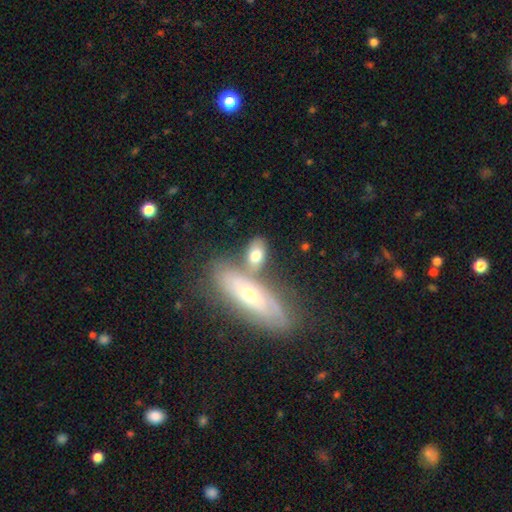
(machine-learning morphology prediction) The model was most divided on "merging": none: 45%, merger: 36%, minor disturbance: 13%, major disturbance: 6%. More confident: how rounded — in between (85%); smooth or featured — smooth (66%).